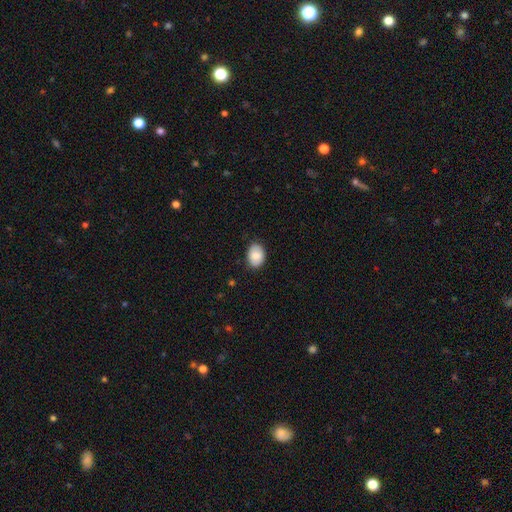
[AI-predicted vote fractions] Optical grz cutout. It shows a smooth galaxy with no disk features (84%) that is in between round and cigar-shaped (78%). Merging: none (84%).